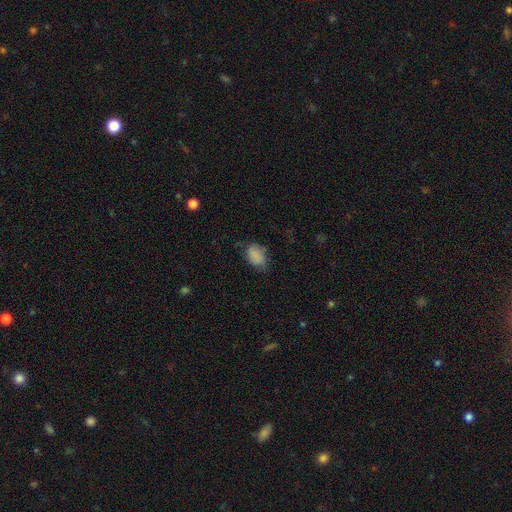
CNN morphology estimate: Smooth or featured? Predicted: smooth (p=0.81). How rounded? Predicted: in between (p=0.85). Merging? Predicted: none (p=0.55).